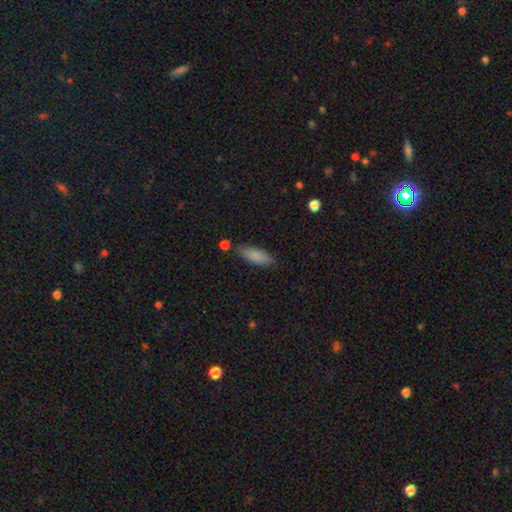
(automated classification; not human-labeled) smooth 84%, featured or disk 9%, star or artifact 7%. Down the decision tree: how rounded — in between (62%); merging — none (78%).